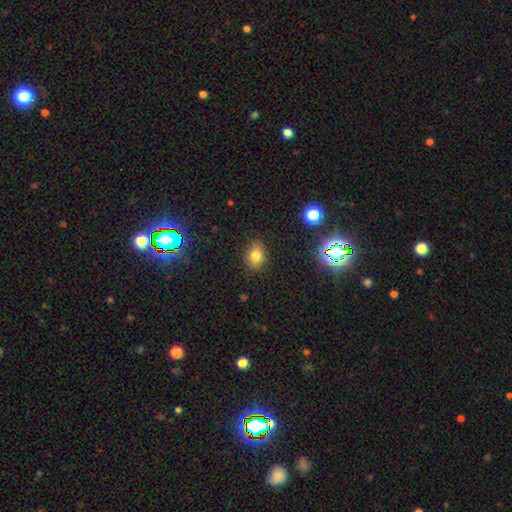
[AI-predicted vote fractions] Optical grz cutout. It shows a smooth galaxy with no disk features (77%) that is in between round and cigar-shaped (73%). Merging: none (86%).